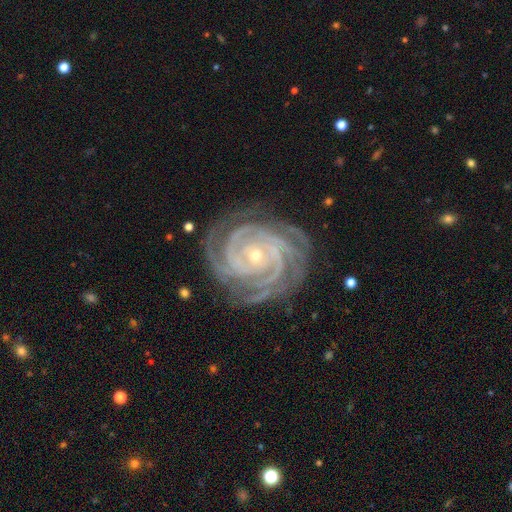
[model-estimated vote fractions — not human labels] The model was most divided on "spiral arm count": 4: 34%, 3: 25%, more than 4: 13%, can't tell: 10%, 2: 10%, 1: 6%. More confident: spiral arms — yes (99%); edge-on disk — no (98%); smooth or featured — featured or disk (93%); spiral winding — tight (85%); merging — none (79%); bulge size — small (76%); bar — no (73%).